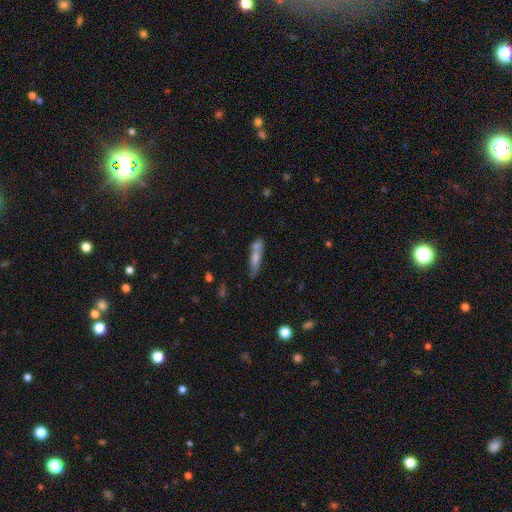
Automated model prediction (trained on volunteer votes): A smooth galaxy with no disk features (61%) that is cigar-shaped (72%).

Vote fractions:
- Smooth or featured? smooth: 61% / featured or disk: 30% / star or artifact: 9%
- How rounded? cigar-shaped: 72% / in between: 26% / round: 3%
- Merging? none: 48% / merger: 29% / minor disturbance: 16% / major disturbance: 6%